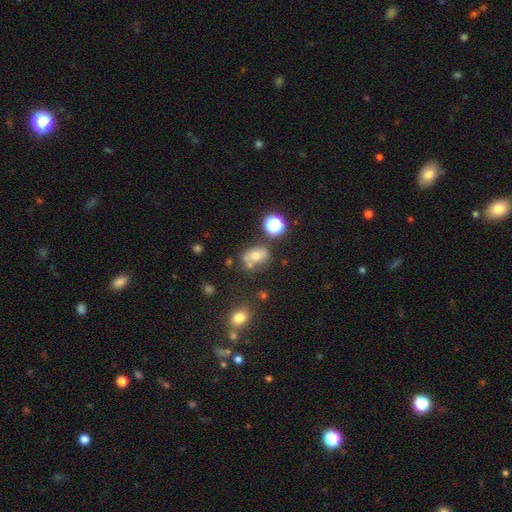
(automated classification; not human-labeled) Morphology: type=smooth (57%); roundness=in between (65%); merging=none (56%).